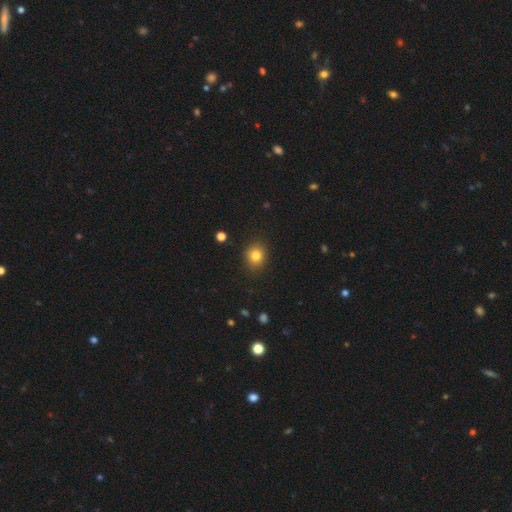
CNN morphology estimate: Smooth or featured?
  - smooth: 83% *
  - star or artifact: 11%
  - featured or disk: 6%
How rounded?
  - round: 71% *
  - in between: 28%
  - cigar-shaped: 1%
Merging?
  - none: 88% *
  - minor disturbance: 9%
  - major disturbance: 2%
  - merger: 1%